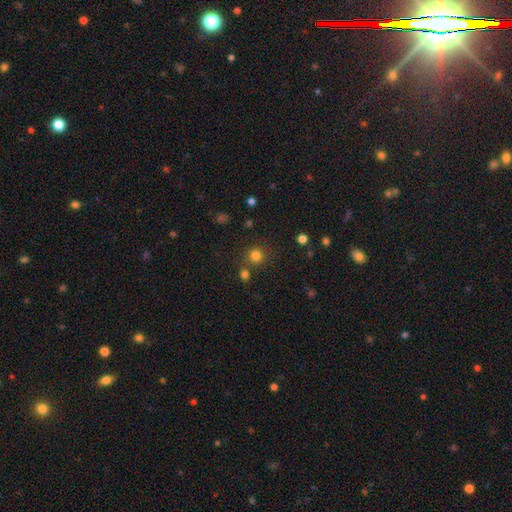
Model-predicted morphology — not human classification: This is likely a smooth galaxy (79%). How rounded: clearly round (93%). Merging: likely none (78%).